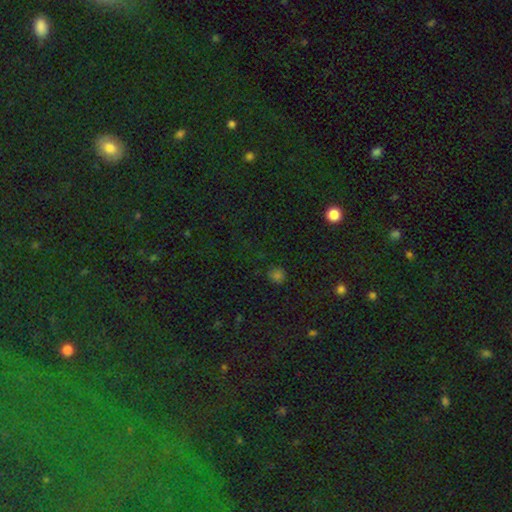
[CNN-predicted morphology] The model was most divided on "smooth or featured": star or artifact: 74%, smooth: 16%, featured or disk: 10%.